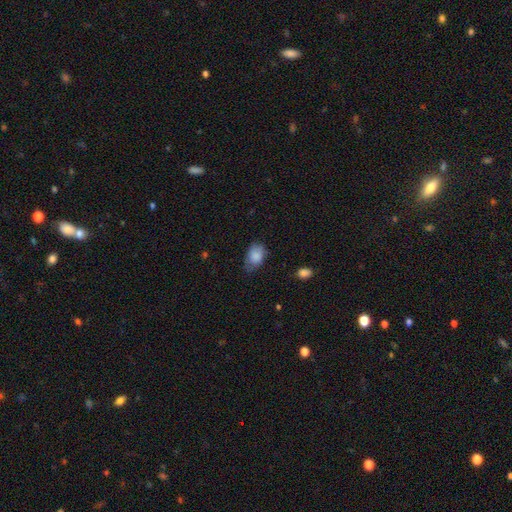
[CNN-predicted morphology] This is clearly a smooth galaxy (83%). How rounded: clearly in between (86%). Merging: possibly none (58%).